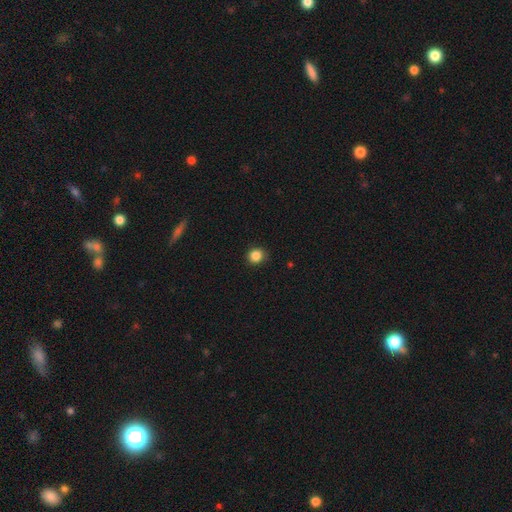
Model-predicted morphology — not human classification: Smooth or featured? smooth (85%)
How rounded? round (89%)
Merging? none (90%)